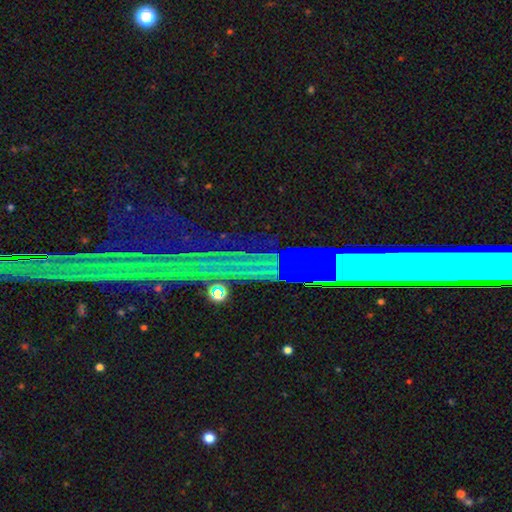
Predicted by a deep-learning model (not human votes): Q: Smooth or featured?
A: star or artifact (55%); runner-up: featured or disk (29%)